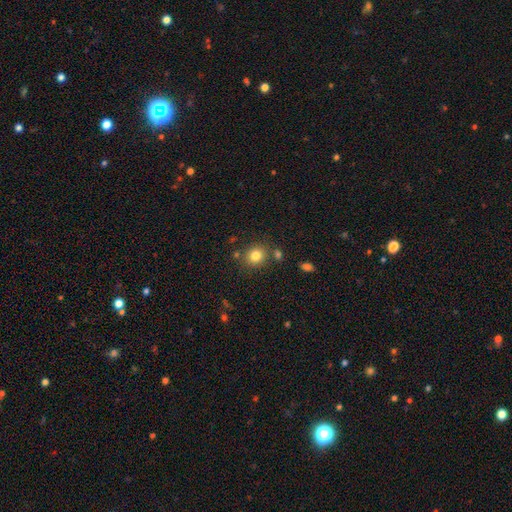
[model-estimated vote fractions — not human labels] Smooth or featured? Predicted: smooth (p=0.81). How rounded? Predicted: round (p=0.78). Merging? Predicted: none (p=0.79).